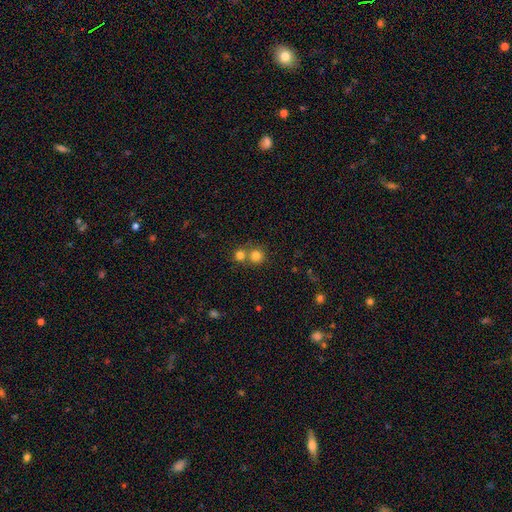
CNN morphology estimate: A smooth galaxy with no disk features (79%) that is round (91%).

Vote fractions:
- Smooth or featured? smooth: 79% / star or artifact: 13% / featured or disk: 7%
- How rounded? round: 91% / in between: 9% / cigar-shaped: 1%
- Merging? none: 54% / merger: 38% / minor disturbance: 6% / major disturbance: 2%